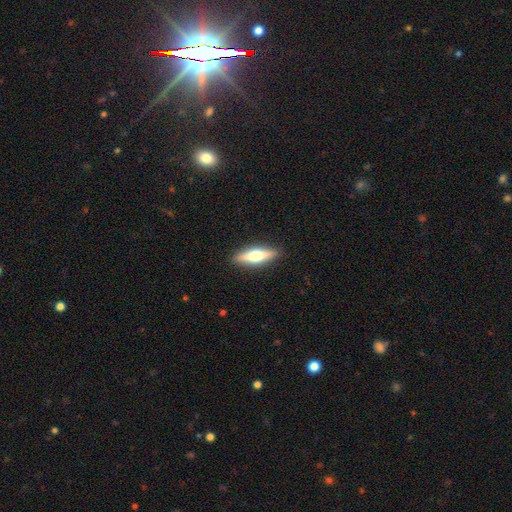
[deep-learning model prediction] featured or disk 49%, smooth 45%, star or artifact 6%. Down the decision tree: merging — none (90%).